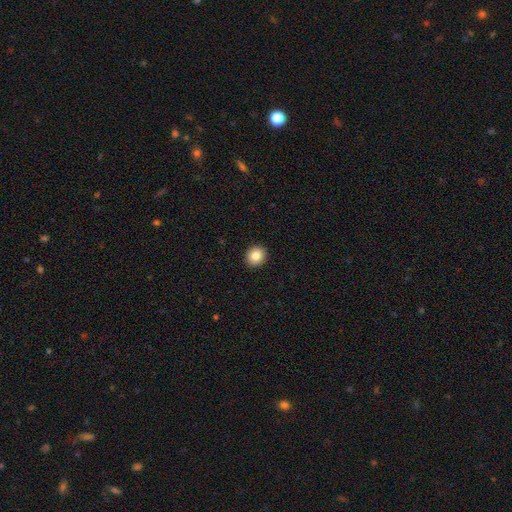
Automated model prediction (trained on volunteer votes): A smooth galaxy with no disk features (84%) that is round (84%).

Vote fractions:
- Smooth or featured? smooth: 84% / star or artifact: 9% / featured or disk: 7%
- How rounded? round: 84% / in between: 16% / cigar-shaped: 1%
- Merging? none: 93% / minor disturbance: 5% / major disturbance: 2% / merger: 1%